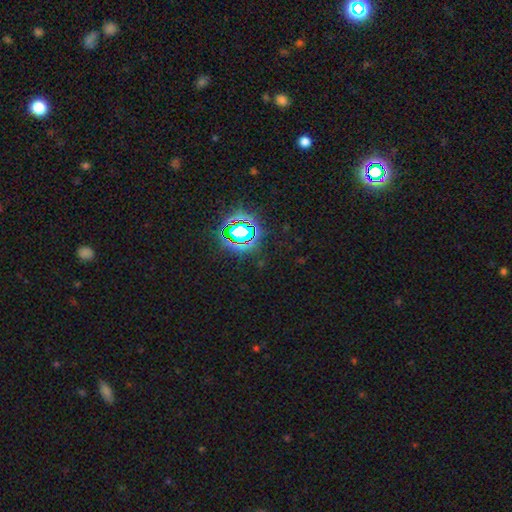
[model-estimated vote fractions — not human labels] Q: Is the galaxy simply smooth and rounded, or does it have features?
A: star or artifact — 78%.